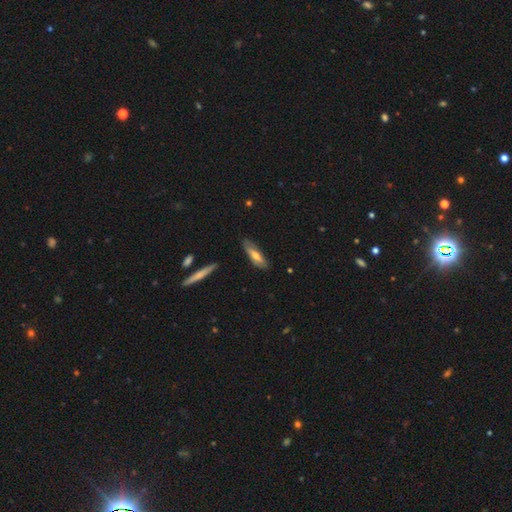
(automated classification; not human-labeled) Smooth or featured? smooth (55%)
How rounded? cigar-shaped (54%)
Merging? none (78%)